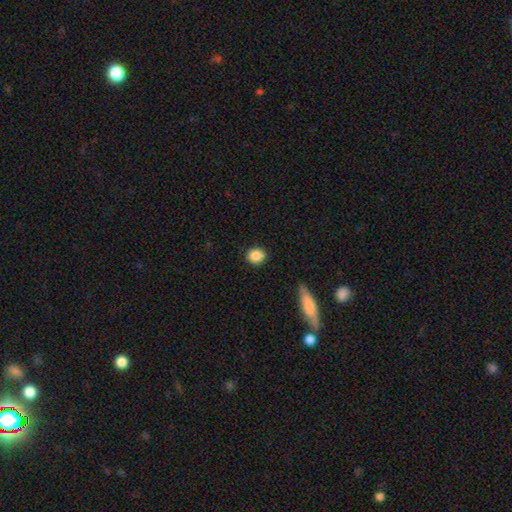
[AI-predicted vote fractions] This is clearly a smooth galaxy (88%). How rounded: likely round (73%). Merging: clearly none (87%).